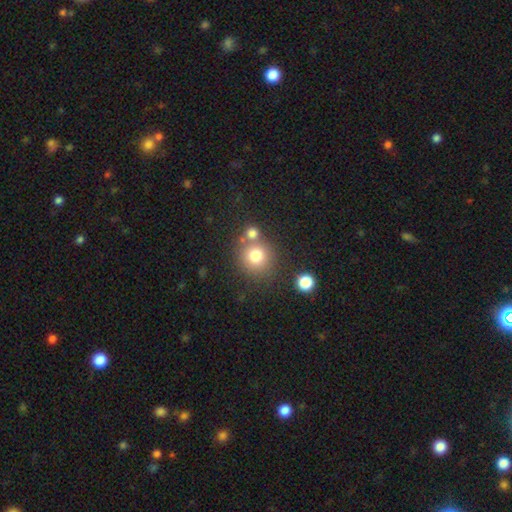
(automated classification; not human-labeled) Smooth or featured? Predicted: smooth (p=0.77). How rounded? Predicted: round (p=0.90). Merging? Predicted: none (p=0.66).